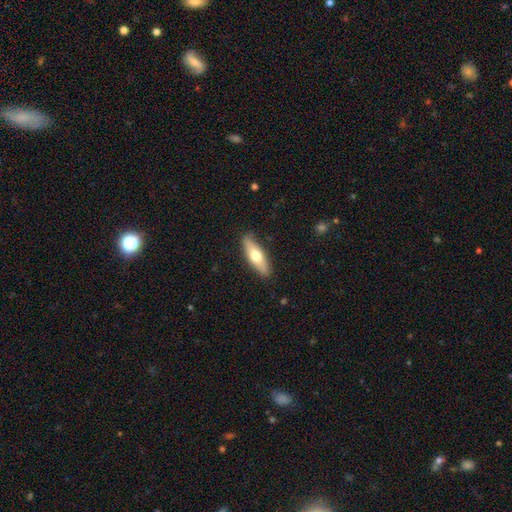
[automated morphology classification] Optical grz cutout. It shows a smooth galaxy with no disk features (61%) that is in between round and cigar-shaped (49%, tied with cigar-shaped). Merging: none (87%).